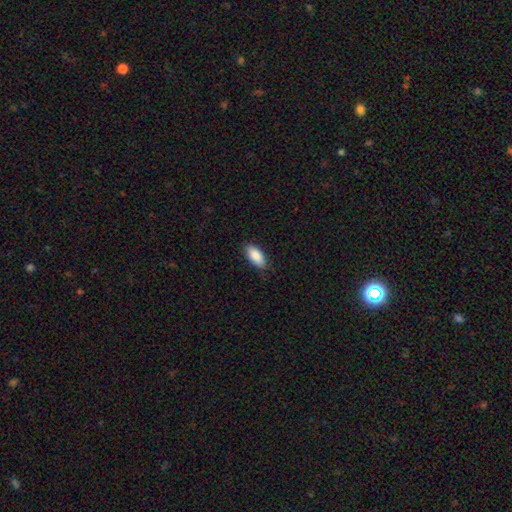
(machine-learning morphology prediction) smooth-or-featured: smooth: 89% | star or artifact: 6% | featured or disk: 5%
  how-rounded: in between: 89% | cigar-shaped: 9% | round: 2%
  merging: none: 85% | minor disturbance: 12% | major disturbance: 2% | merger: 1%